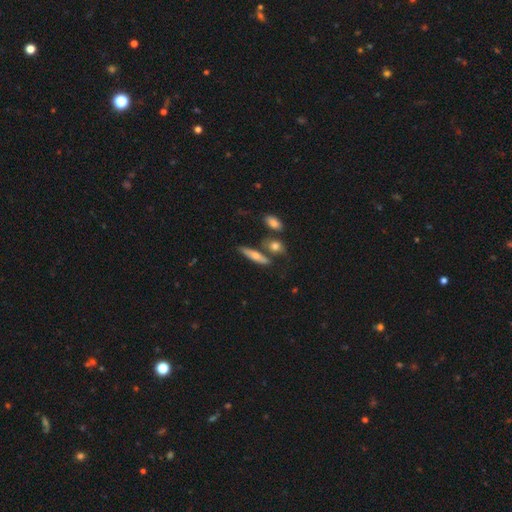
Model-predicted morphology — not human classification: Smooth or featured? smooth (58%)
How rounded? cigar-shaped (71%)
Merging? none (63%)